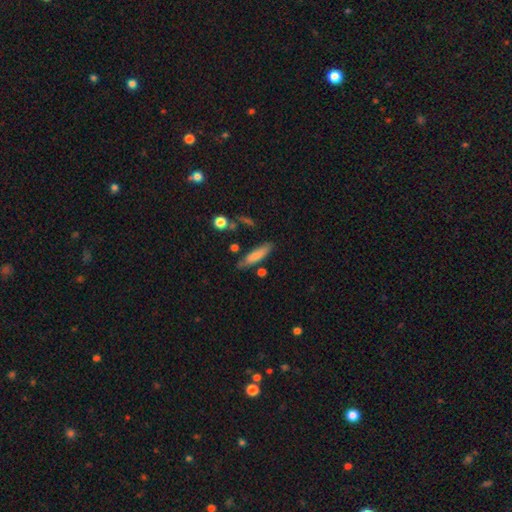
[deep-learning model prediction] The model was most divided on "how rounded": cigar-shaped: 70%, in between: 28%, round: 2%. More confident: smooth or featured — smooth (77%); merging — none (71%).